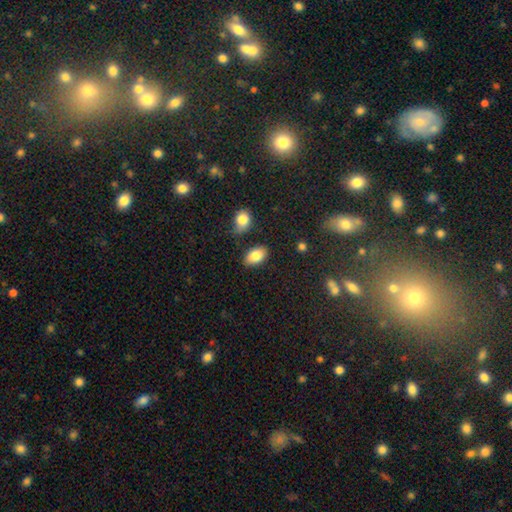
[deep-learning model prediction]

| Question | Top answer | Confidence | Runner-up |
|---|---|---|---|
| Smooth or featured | smooth | 84% | featured or disk (9%) |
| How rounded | in between | 91% | round (8%) |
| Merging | none | 79% | minor disturbance (13%) |